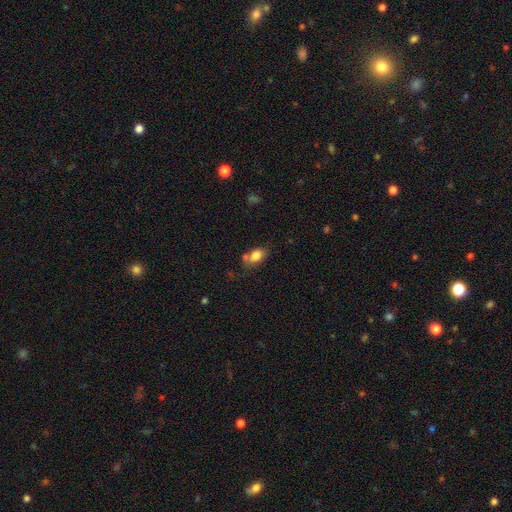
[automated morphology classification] smooth-or-featured: smooth: 81% | featured or disk: 9% | star or artifact: 9%
  how-rounded: in between: 79% | round: 18% | cigar-shaped: 3%
  merging: none: 55% | merger: 20% | minor disturbance: 19% | major disturbance: 6%